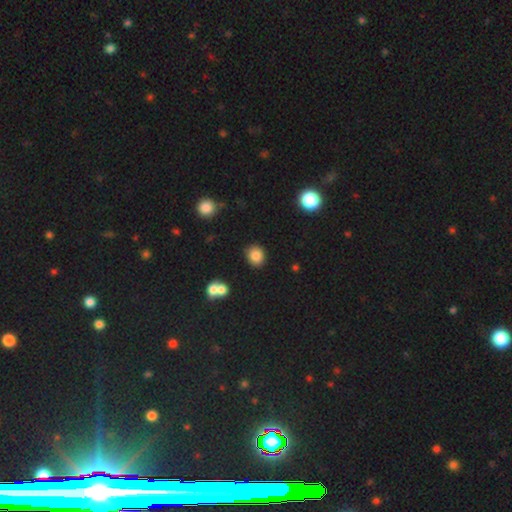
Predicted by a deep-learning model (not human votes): Smooth or featured? Predicted: smooth (p=0.83). How rounded? Predicted: round (p=0.73). Merging? Predicted: none (p=0.83).